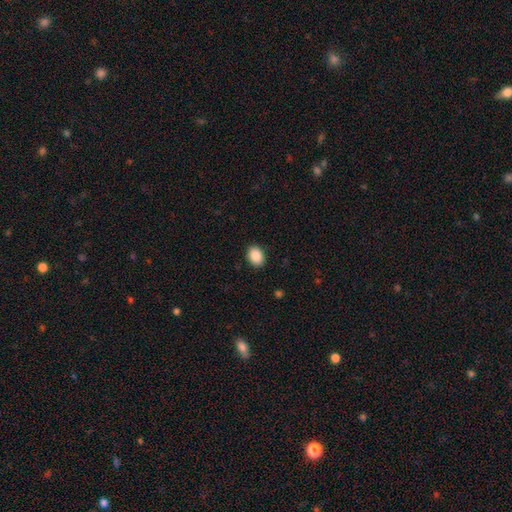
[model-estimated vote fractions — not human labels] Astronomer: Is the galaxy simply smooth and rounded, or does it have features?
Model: smooth — 88%.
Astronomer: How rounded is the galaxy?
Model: in between — 70%.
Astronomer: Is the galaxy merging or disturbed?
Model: none — 90%.